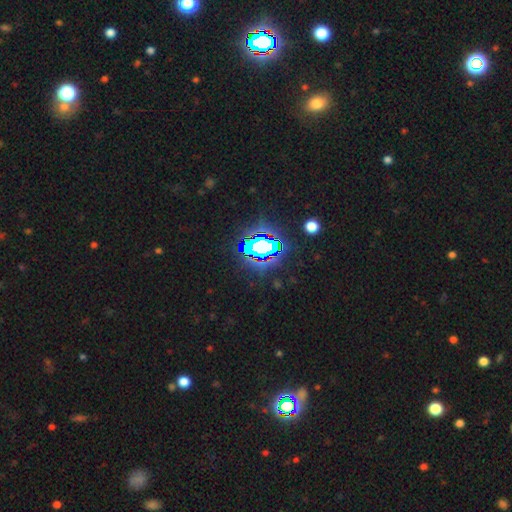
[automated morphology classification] This is clearly a star or artifact rather than a galaxy (81%).